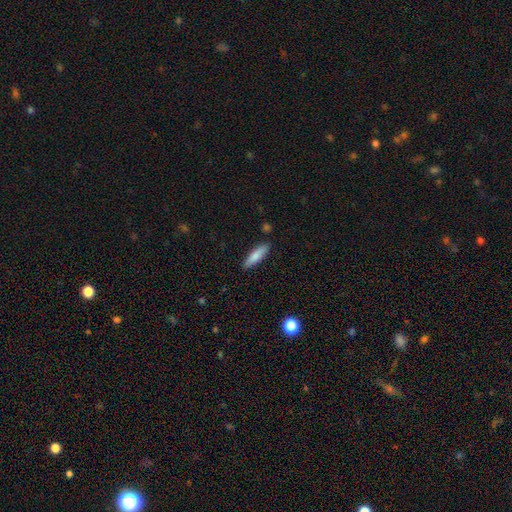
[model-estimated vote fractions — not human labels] This is clearly a smooth galaxy (80%). How rounded: likely cigar-shaped (63%). Merging: clearly none (87%).